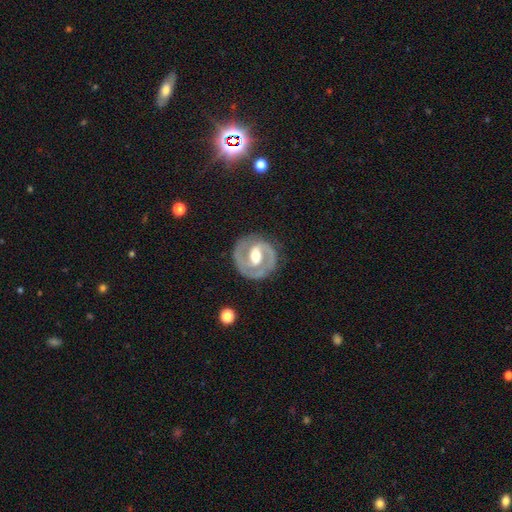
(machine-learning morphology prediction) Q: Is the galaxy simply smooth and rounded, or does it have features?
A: featured or disk — 85%.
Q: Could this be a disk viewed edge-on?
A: no — 98%.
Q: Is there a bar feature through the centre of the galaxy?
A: weak — 45%.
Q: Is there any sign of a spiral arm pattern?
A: yes — 90%.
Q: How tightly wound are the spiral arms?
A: tight — 53%.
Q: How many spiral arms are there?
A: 2 — 81%.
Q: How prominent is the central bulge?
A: moderate — 69%.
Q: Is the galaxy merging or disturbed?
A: none — 83%.